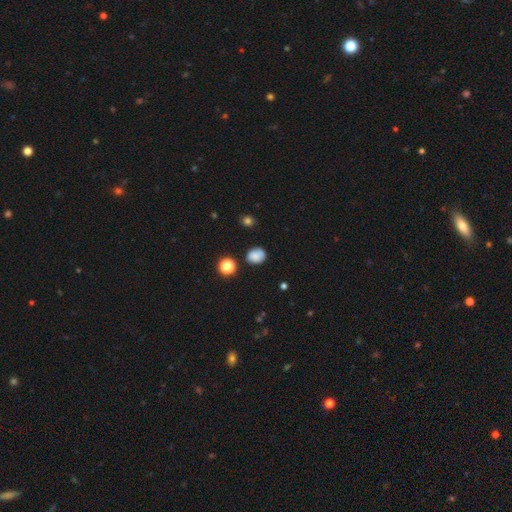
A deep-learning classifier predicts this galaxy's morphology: smooth_or_featured: smooth (p=0.79) [alt: star or artifact p=0.13]
how_rounded: round (p=0.58) [alt: in between p=0.41]
merging: none (p=0.74) [alt: minor disturbance p=0.18]